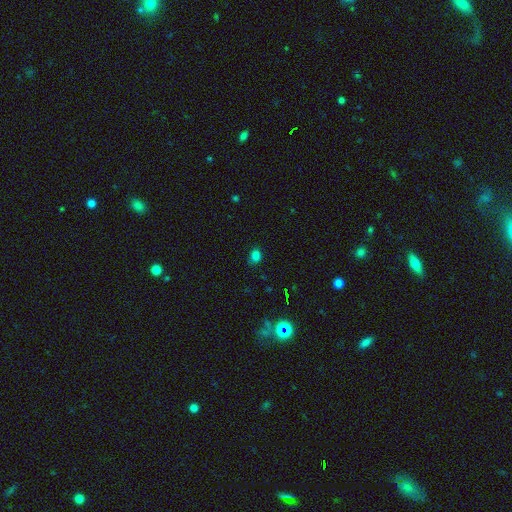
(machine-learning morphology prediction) Overall: smooth (75%). How rounded: in between (50%; round 49%). Merging: none (80%).